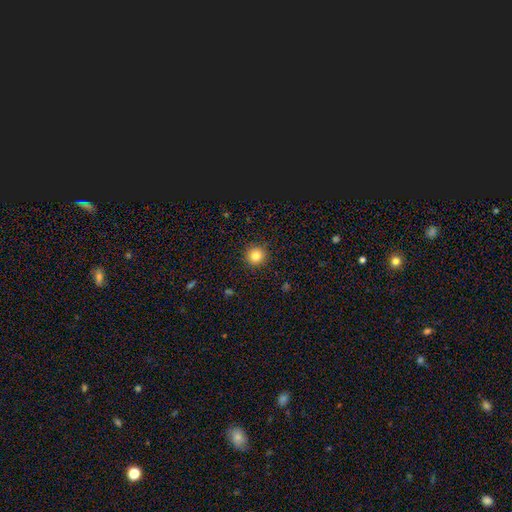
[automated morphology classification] A smooth galaxy with no disk features (83%) that is round (95%).

Vote fractions:
- Smooth or featured? smooth: 83% / star or artifact: 11% / featured or disk: 5%
- How rounded? round: 95% / in between: 4% / cigar-shaped: 1%
- Merging? none: 91% / minor disturbance: 6% / major disturbance: 2% / merger: 1%